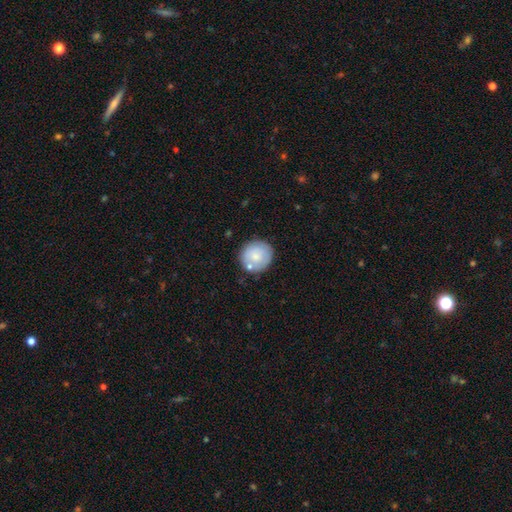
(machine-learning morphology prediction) A smooth galaxy with no disk features (74%) that is round (89%). Merging: none (76%).